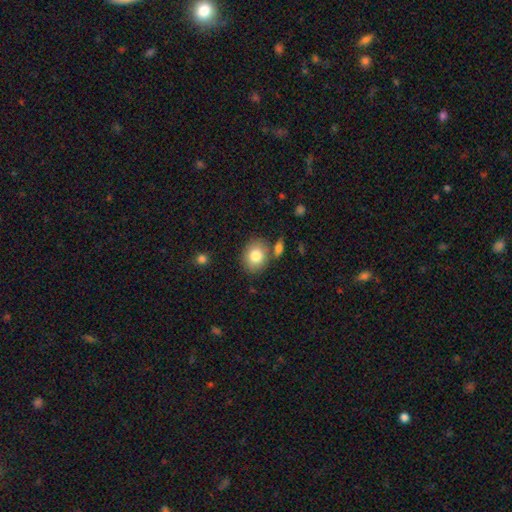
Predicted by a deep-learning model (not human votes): A smooth galaxy with no disk features (80%) that is round (52%). Merging: none (73%).